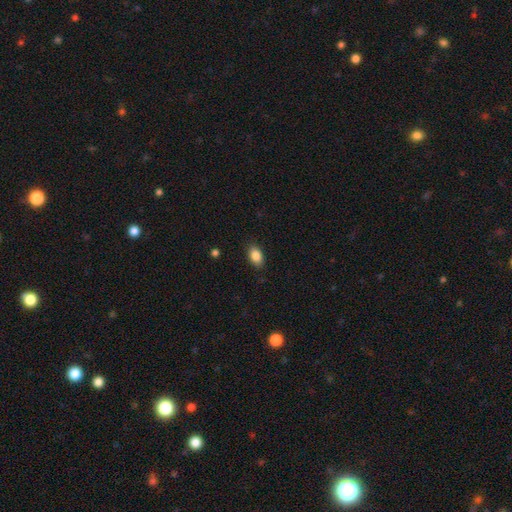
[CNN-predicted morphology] Smooth or featured: smooth — 86% (star or artifact — 8%)
How rounded: in between — 88% (round — 11%)
Merging: none — 87% (minor disturbance — 10%)